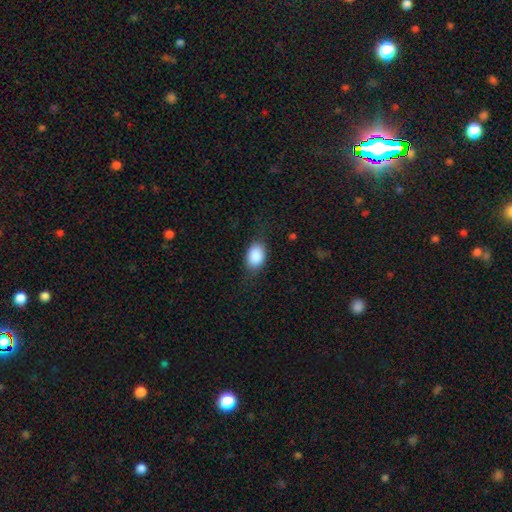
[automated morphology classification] Smooth or featured? smooth (88%)
How rounded? in between (81%)
Merging? none (75%)